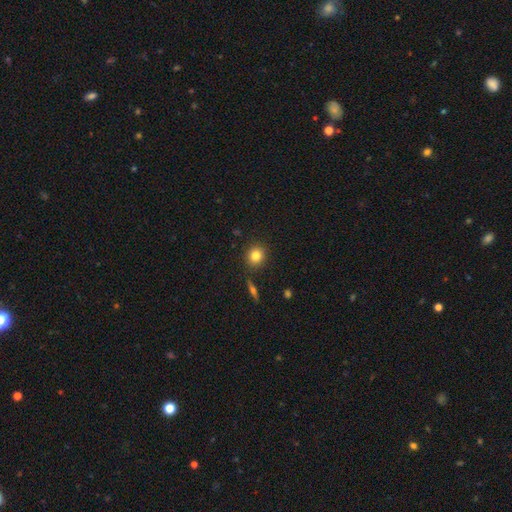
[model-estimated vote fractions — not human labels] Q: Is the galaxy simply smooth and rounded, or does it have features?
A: smooth — 82%.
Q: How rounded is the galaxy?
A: round — 84%.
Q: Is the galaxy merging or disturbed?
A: none — 87%.